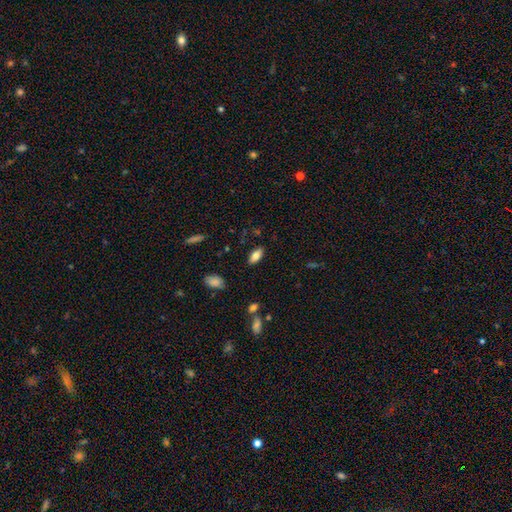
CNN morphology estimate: smooth_or_featured: smooth (p=0.80) [alt: featured or disk p=0.12]
how_rounded: in between (p=0.88) [alt: cigar-shaped p=0.09]
merging: none (p=0.85) [alt: minor disturbance p=0.10]